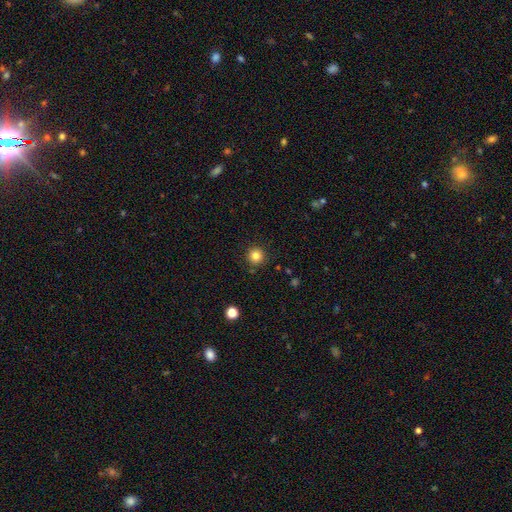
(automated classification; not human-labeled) The model was most divided on "smooth or featured": smooth: 83%, star or artifact: 12%, featured or disk: 5%. More confident: how rounded — round (95%); merging — none (90%).